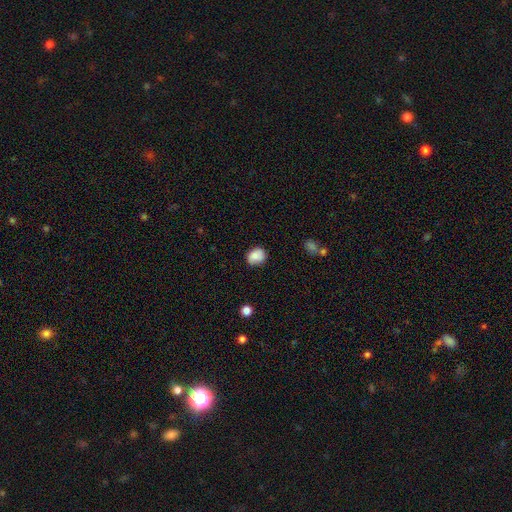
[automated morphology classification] The model was most divided on "how rounded": round: 57%, in between: 42%, cigar-shaped: 1%. More confident: smooth or featured — smooth (81%); merging — none (74%).